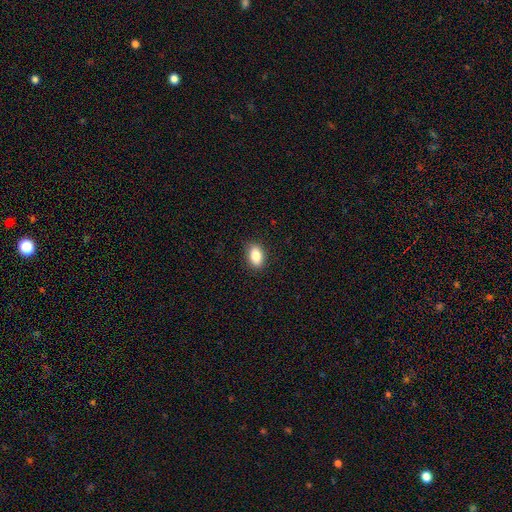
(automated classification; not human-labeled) Morphology: type=smooth (86%); roundness=in between (88%); merging=none (89%).